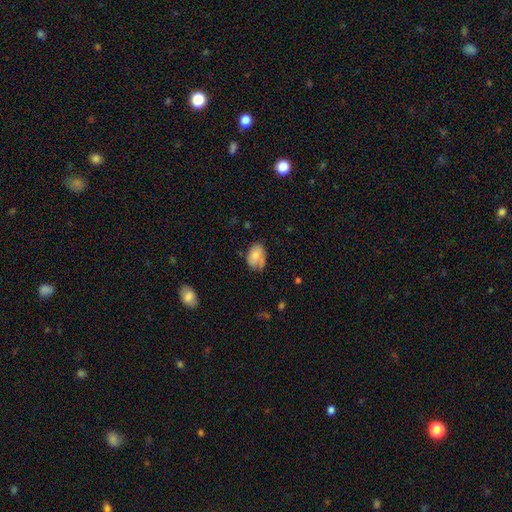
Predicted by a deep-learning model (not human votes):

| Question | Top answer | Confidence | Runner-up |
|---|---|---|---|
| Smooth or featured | smooth | 74% | featured or disk (18%) |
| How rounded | in between | 85% | round (14%) |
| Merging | none | 53% | minor disturbance (33%) |